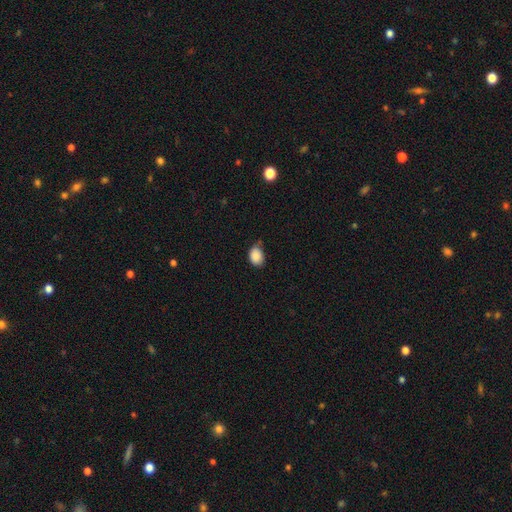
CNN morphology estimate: smooth_or_featured: smooth (p=0.88) [alt: star or artifact p=0.08]
how_rounded: in between (p=0.70) [alt: round p=0.29]
merging: none (p=0.57) [alt: minor disturbance p=0.34]